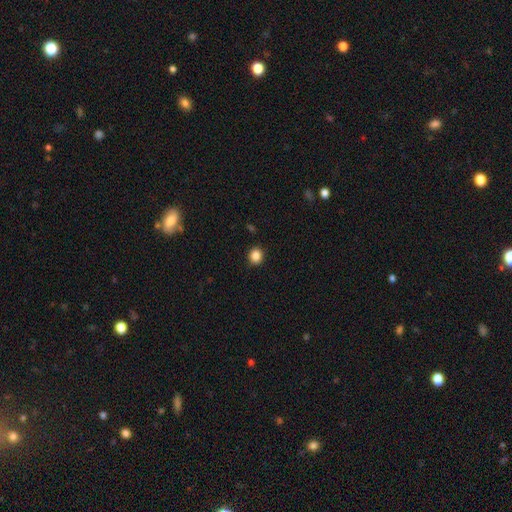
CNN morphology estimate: Smooth or featured?
  - smooth: 86% *
  - star or artifact: 11%
  - featured or disk: 3%
How rounded?
  - round: 80% *
  - in between: 19%
  - cigar-shaped: 1%
Merging?
  - none: 90% *
  - minor disturbance: 7%
  - major disturbance: 2%
  - merger: 1%